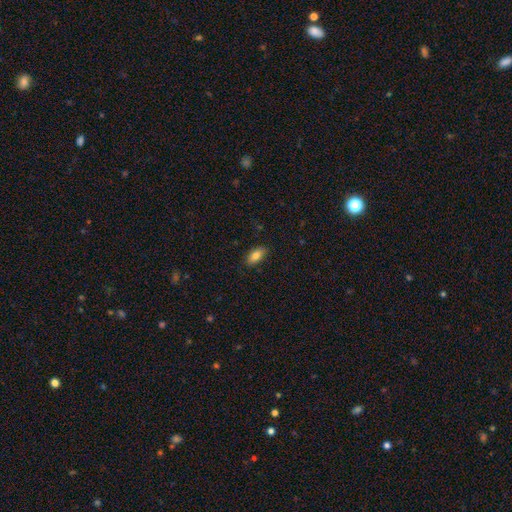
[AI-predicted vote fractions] smooth_or_featured: smooth (p=0.82) [alt: featured or disk p=0.10]
how_rounded: in between (p=0.87) [alt: cigar-shaped p=0.10]
merging: none (p=0.86) [alt: minor disturbance p=0.11]